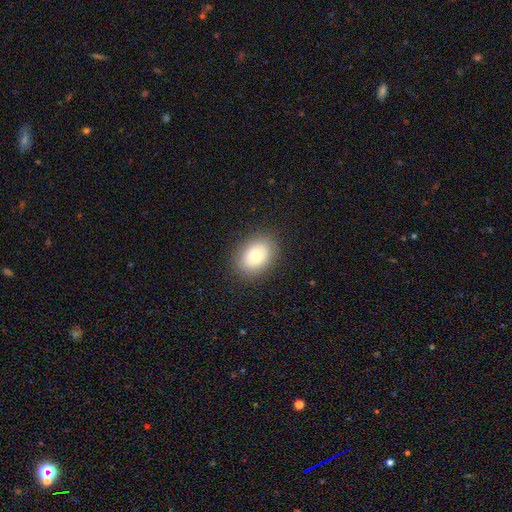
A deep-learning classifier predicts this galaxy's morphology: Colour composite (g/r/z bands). It shows a smooth galaxy with no disk features (75%) that is in between round and cigar-shaped (65%). Merging: none (87%).